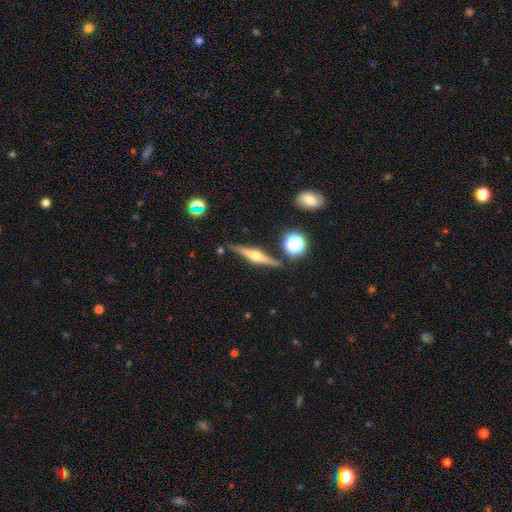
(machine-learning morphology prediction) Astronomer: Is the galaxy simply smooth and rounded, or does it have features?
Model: featured or disk — 76%.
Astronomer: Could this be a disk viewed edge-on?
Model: yes — 97%.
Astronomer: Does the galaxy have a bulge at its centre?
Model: rounded — 92%.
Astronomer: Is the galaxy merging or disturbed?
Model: none — 86%.